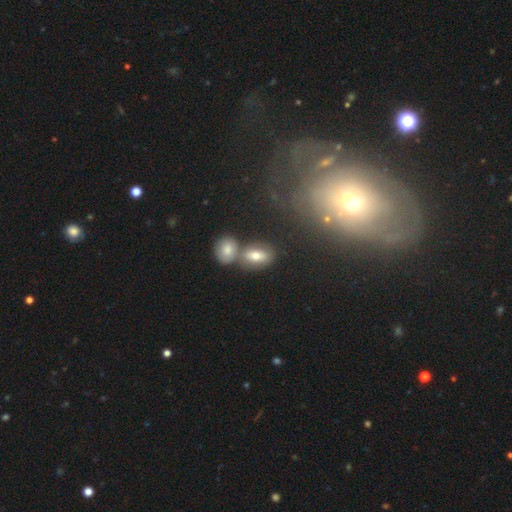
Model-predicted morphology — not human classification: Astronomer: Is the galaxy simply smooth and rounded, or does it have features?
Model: smooth — 70%.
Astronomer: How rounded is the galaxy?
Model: in between — 79%.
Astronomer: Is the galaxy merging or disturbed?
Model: none — 52% (runner-up: merger, 34%).